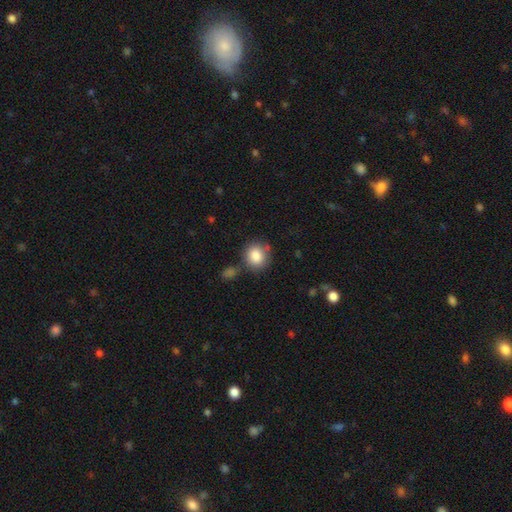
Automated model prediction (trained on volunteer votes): Smooth or featured: smooth — 85% (star or artifact — 8%)
How rounded: round — 79% (in between — 20%)
Merging: none — 74% (minor disturbance — 13%)